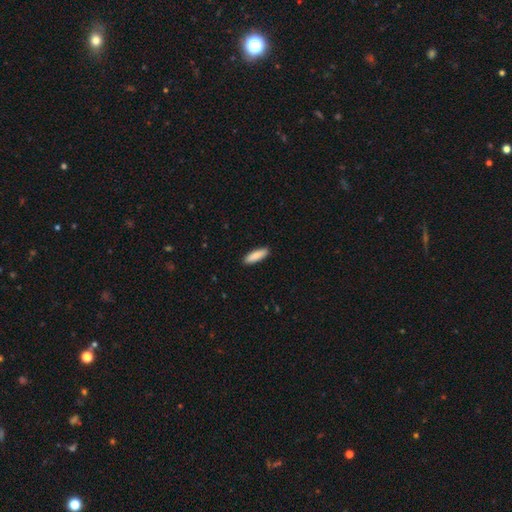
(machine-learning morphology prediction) Smooth or featured? smooth (88%)
How rounded? cigar-shaped (57%)
Merging? none (91%)